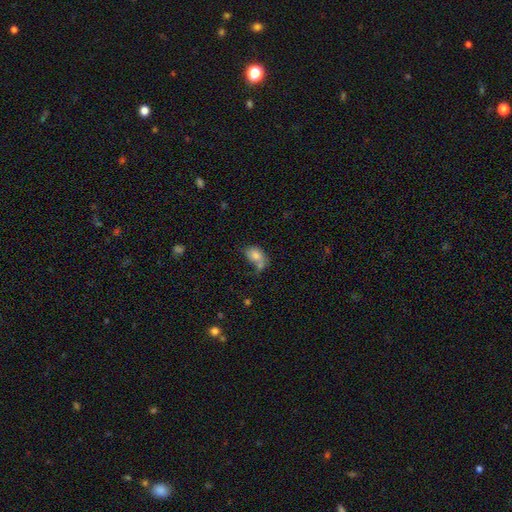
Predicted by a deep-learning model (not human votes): Overall: smooth (75%). How rounded: in between (80%). Merging: none (33%; merger 32%).